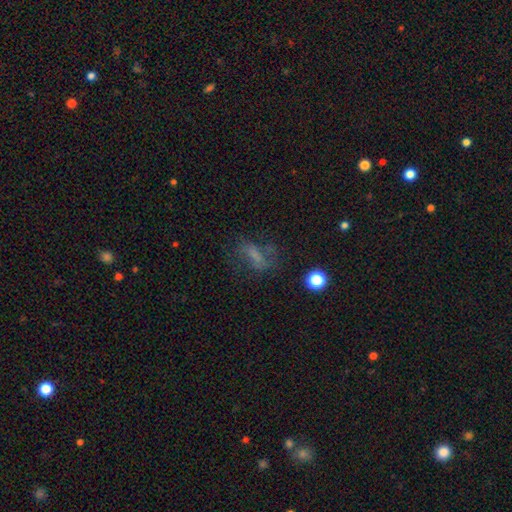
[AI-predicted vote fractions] smooth_or_featured: smooth (p=0.49) [alt: featured or disk p=0.29]
merging: none (p=0.54) [alt: major disturbance p=0.22]